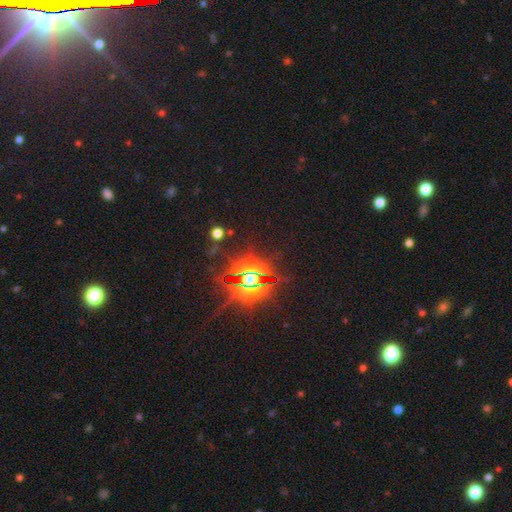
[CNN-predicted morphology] smooth_or_featured: star or artifact (p=0.83) [alt: smooth p=0.10]